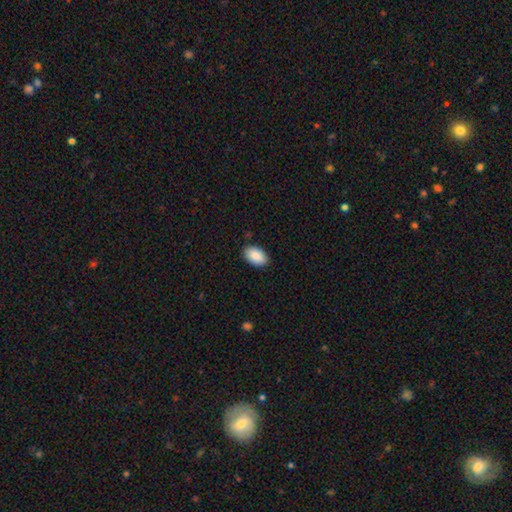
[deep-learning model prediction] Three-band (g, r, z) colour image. It shows a smooth galaxy with no disk features (91%) that is in between round and cigar-shaped (94%). Merging: none (88%).